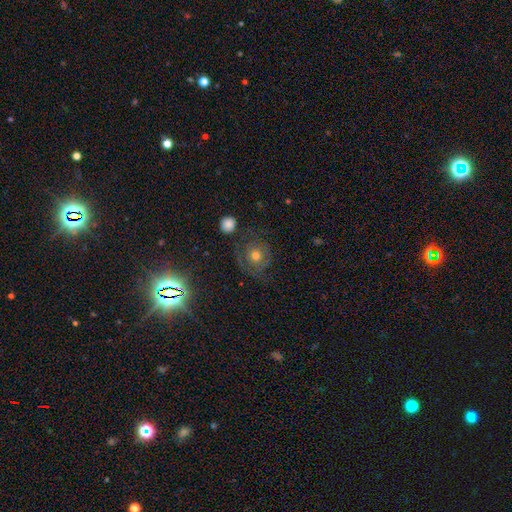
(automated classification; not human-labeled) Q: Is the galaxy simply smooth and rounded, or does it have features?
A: featured or disk — 47%.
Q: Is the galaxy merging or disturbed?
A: none — 69%.